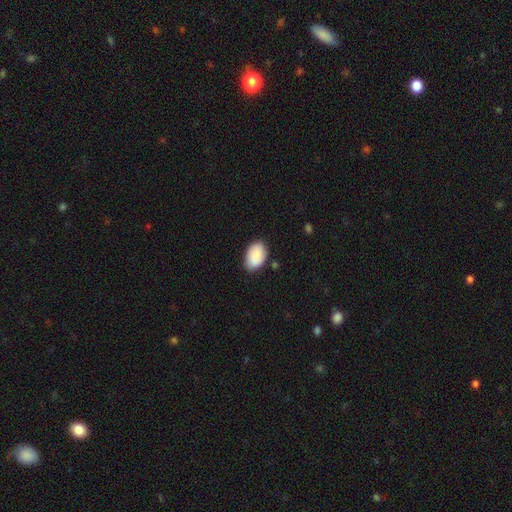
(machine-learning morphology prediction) smooth 85%, featured or disk 9%, star or artifact 6%. Down the decision tree: how rounded — in between (90%); merging — none (79%).